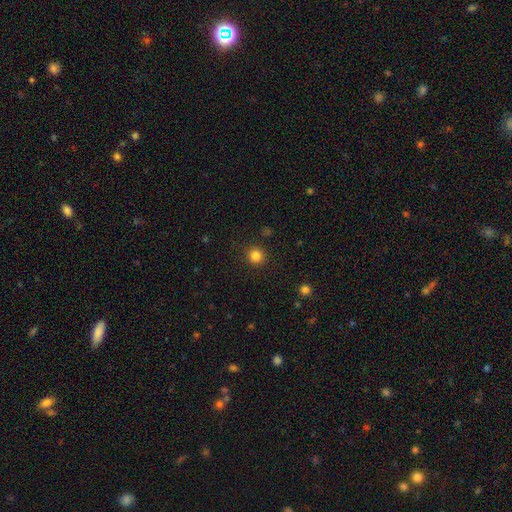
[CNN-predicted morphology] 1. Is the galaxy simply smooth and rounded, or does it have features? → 83% smooth, 13% star or artifact, 4% featured or disk.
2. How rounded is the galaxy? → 94% round, 5% in between, 1% cigar-shaped.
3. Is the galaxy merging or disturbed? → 91% none, 6% minor disturbance, 2% major disturbance, 1% merger.